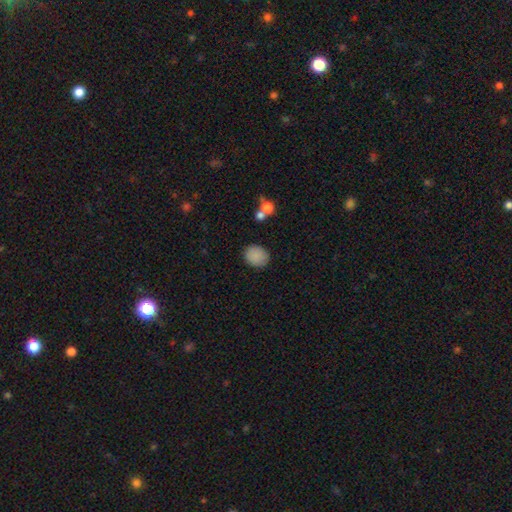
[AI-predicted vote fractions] The model was most divided on "how rounded": round: 63%, in between: 36%, cigar-shaped: 1%. More confident: smooth or featured — smooth (87%); merging — none (84%).